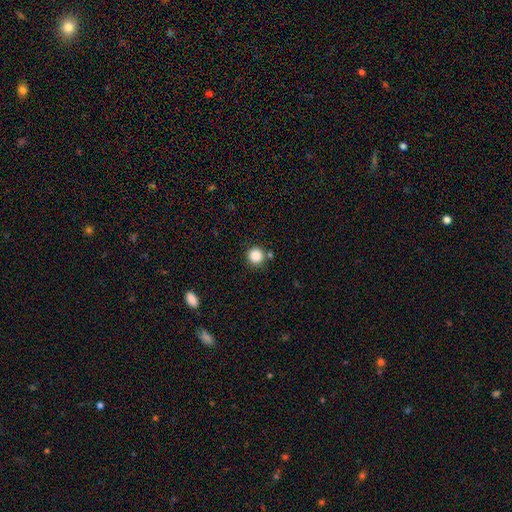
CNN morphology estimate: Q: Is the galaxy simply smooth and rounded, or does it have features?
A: smooth — 87%.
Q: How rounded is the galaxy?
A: round — 94%.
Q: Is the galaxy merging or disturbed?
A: none — 82%.